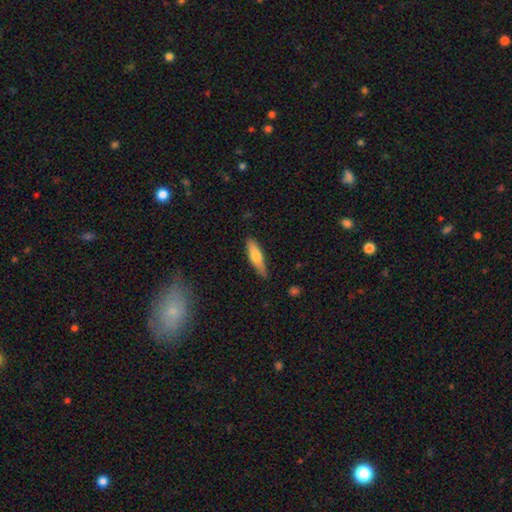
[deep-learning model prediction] A smooth galaxy with no disk features (69%) that is cigar-shaped (63%). Merging: none (81%).